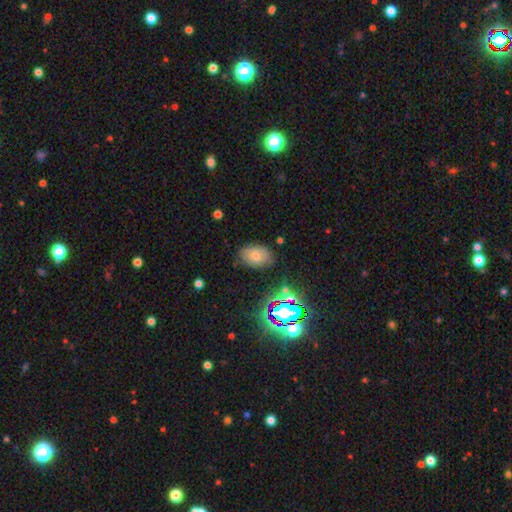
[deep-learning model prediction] A smooth galaxy with no disk features (58%) that is in between round and cigar-shaped (83%). Merging: none (81%).